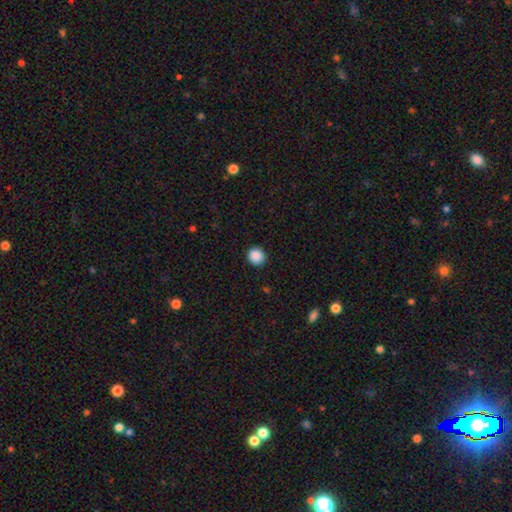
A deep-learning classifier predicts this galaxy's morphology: smooth_or_featured: smooth (p=0.88) [alt: star or artifact p=0.09]
how_rounded: round (p=0.92) [alt: in between p=0.07]
merging: none (p=0.91) [alt: minor disturbance p=0.06]